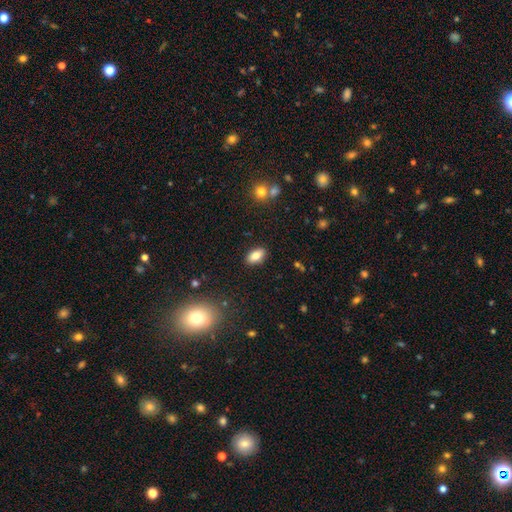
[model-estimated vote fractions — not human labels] Smooth or featured?
  - smooth: 82% *
  - featured or disk: 9%
  - star or artifact: 9%
How rounded?
  - in between: 90% *
  - round: 5%
  - cigar-shaped: 5%
Merging?
  - none: 88% *
  - minor disturbance: 8%
  - major disturbance: 2%
  - merger: 2%